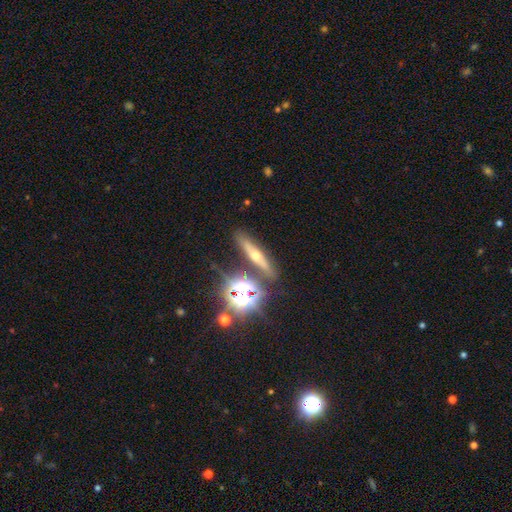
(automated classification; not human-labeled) This appears to be a featured or disk galaxy (47%). Merging: none (83%).